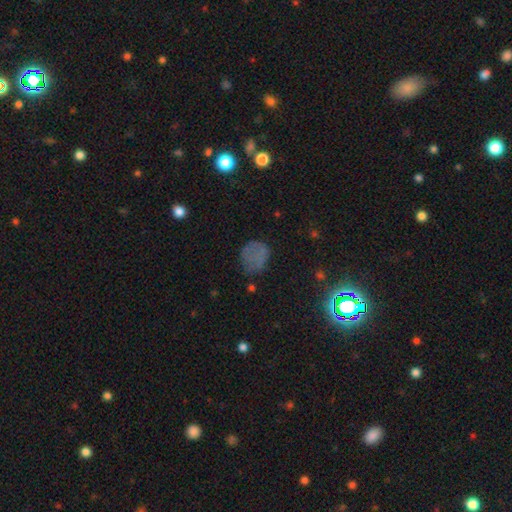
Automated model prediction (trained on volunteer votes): Overall: smooth (62%; star or artifact 23%). How rounded: round (69%; in between 30%). Merging: none (57%; minor disturbance 25%).